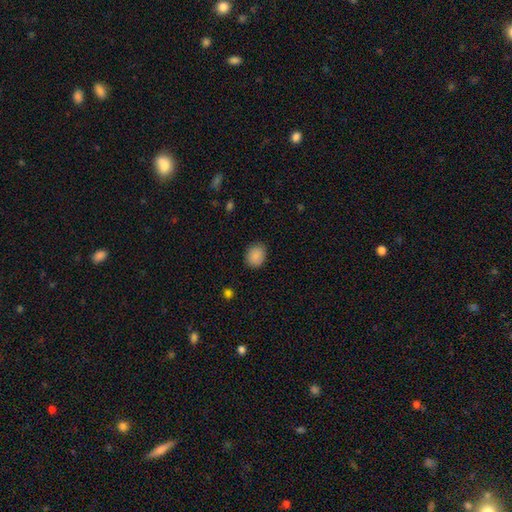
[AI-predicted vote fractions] A smooth galaxy with no disk features (89%) that is round (50%). Merging: none (85%).